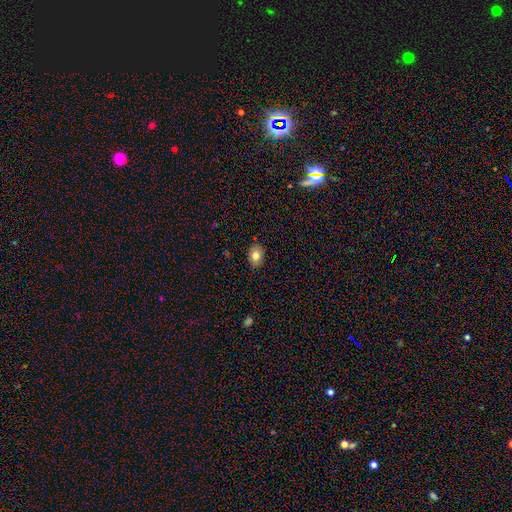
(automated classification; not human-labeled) Smooth or featured? smooth (79%)
How rounded? in between (77%)
Merging? none (86%)